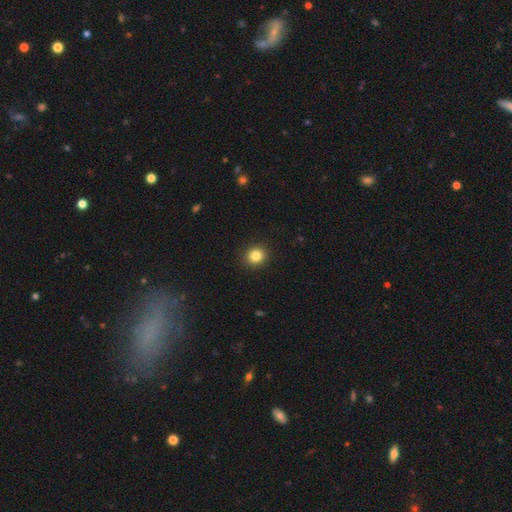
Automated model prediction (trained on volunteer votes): smooth 84%, star or artifact 11%, featured or disk 5%. Down the decision tree: how rounded — round (84%); merging — none (92%).